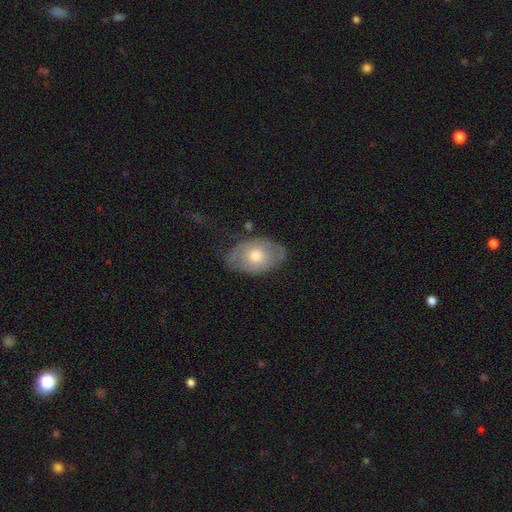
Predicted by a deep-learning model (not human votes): Morphology: type=featured or disk (48%); merging=none (67%).